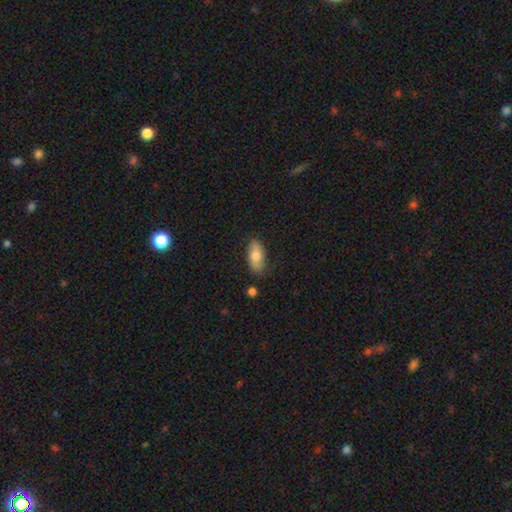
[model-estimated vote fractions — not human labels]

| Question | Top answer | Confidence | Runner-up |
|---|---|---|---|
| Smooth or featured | smooth | 76% | featured or disk (17%) |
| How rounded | in between | 89% | cigar-shaped (8%) |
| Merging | none | 81% | minor disturbance (14%) |